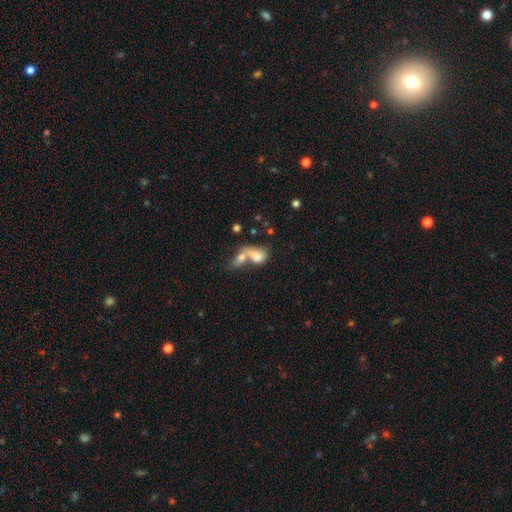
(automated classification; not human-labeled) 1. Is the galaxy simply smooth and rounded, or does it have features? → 73% smooth, 18% featured or disk, 9% star or artifact.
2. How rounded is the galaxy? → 77% in between, 18% round, 5% cigar-shaped.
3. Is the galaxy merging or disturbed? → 73% merger, 13% none, 8% major disturbance, 6% minor disturbance.